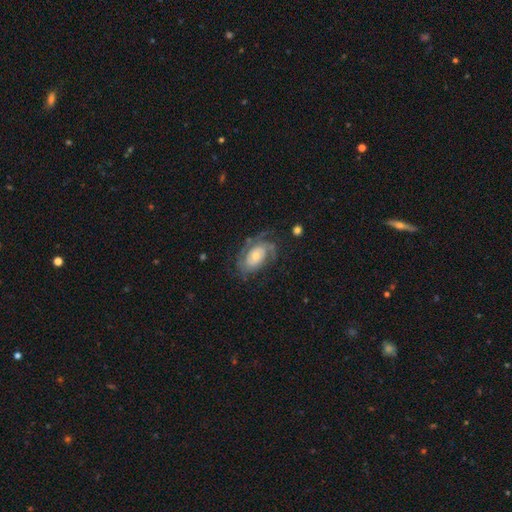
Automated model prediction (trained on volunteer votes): smooth_or_featured: featured or disk (p=0.80) [alt: smooth p=0.14]
disk_edge_on: no (p=0.96) [alt: yes p=0.04]
bar: no (p=0.68) [alt: weak p=0.25]
has_spiral_arms: yes (p=0.92) [alt: no p=0.08]
spiral_winding: tight (p=0.56) [alt: medium p=0.33]
spiral_arm_count: 2 (p=0.38) [alt: can't tell p=0.30]
bulge_size: small (p=0.46) [alt: moderate p=0.45]
merging: none (p=0.64) [alt: minor disturbance p=0.20]